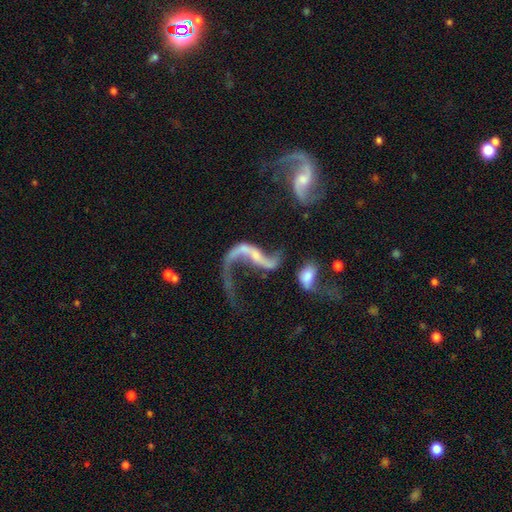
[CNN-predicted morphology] Smooth or featured? featured or disk (81%)
Edge-on disk? no (94%)
Bar? no (43%)
Spiral arms? yes (84%)
Spiral winding? loose (88%)
Spiral arm count? 2 (72%)
Bulge size? small (53%)
Merging? merger (31%)